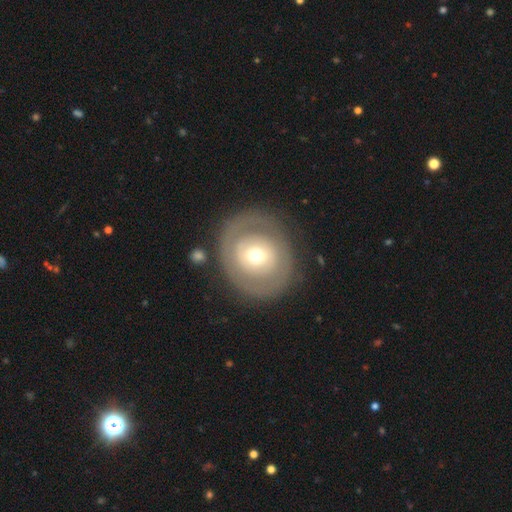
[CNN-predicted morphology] Smooth or featured? featured or disk (56%)
Edge-on disk? no (96%)
Bar? no (81%)
Spiral arms? no (74%)
Bulge size? moderate (57%)
Merging? none (79%)